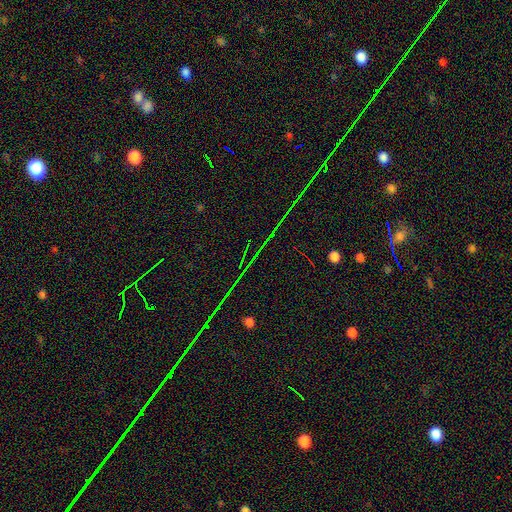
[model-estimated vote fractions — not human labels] Smooth or featured?
  - star or artifact: 82% *
  - smooth: 10%
  - featured or disk: 8%